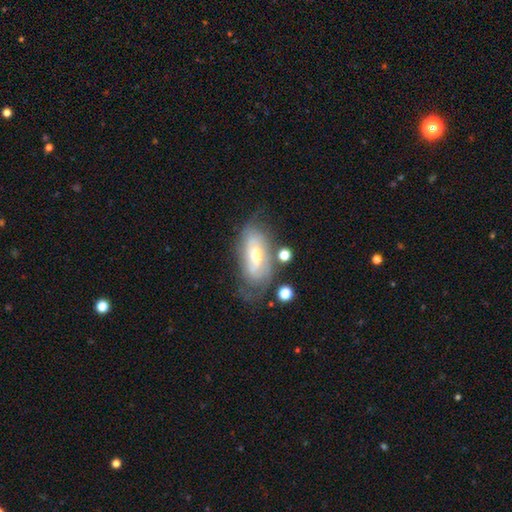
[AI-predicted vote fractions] Overall: featured or disk (70%). Edge-on disk: no (87%). Bar: no (41%; weak 38%). Spiral arms: yes (72%). Bulge size: moderate (61%; small 33%). Merging: none (58%; minor disturbance 24%).